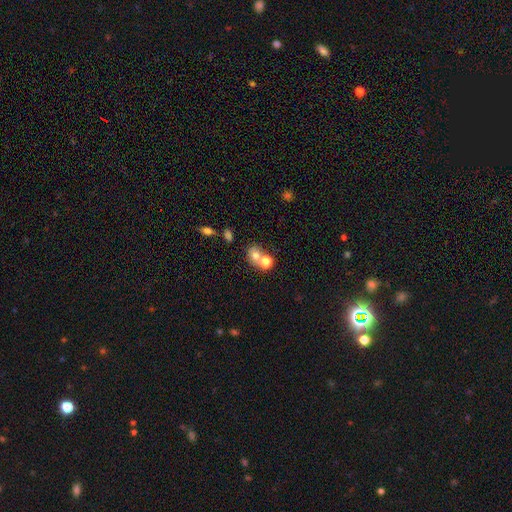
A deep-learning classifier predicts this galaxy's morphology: This appears to be a smooth galaxy with no disk features (69%) that is round (68%). Merging: merger (44%).